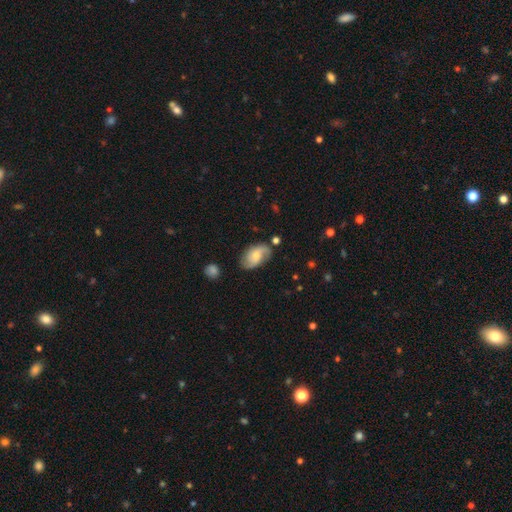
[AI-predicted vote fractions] Smooth or featured: featured or disk — 61% (smooth — 32%)
Edge-on disk: no — 96% (yes — 4%)
Bar: no — 58% (weak — 35%)
Spiral arms: yes — 91% (no — 9%)
Spiral winding: loose — 45% (medium — 38%)
Spiral arm count: 2 — 78% (can't tell — 10%)
Bulge size: moderate — 50% (small — 41%)
Merging: none — 70% (minor disturbance — 21%)